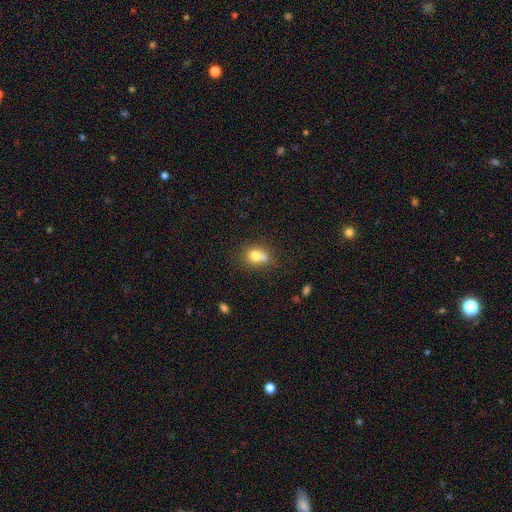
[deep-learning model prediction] Overall: smooth (73%). How rounded: round (59%; in between 40%). Merging: merger (44%; none 39%).